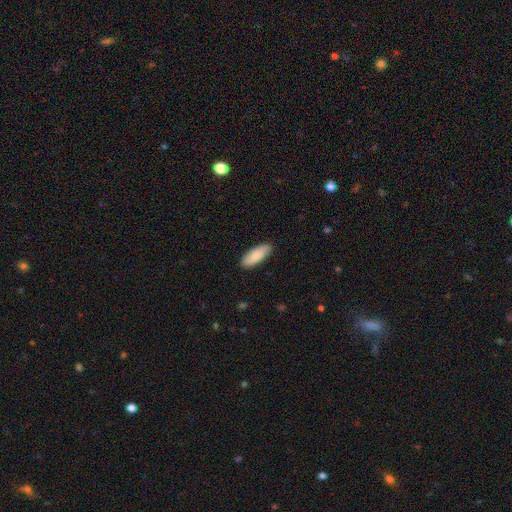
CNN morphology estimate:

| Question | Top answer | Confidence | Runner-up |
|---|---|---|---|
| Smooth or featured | smooth | 85% | featured or disk (10%) |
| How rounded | in between | 74% | cigar-shaped (24%) |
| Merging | none | 87% | minor disturbance (10%) |